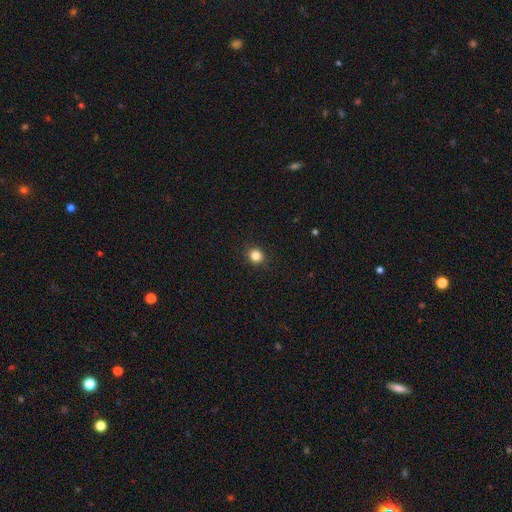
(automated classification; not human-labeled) smooth 84%, star or artifact 12%, featured or disk 4%. Down the decision tree: how rounded — round (89%); merging — none (91%).